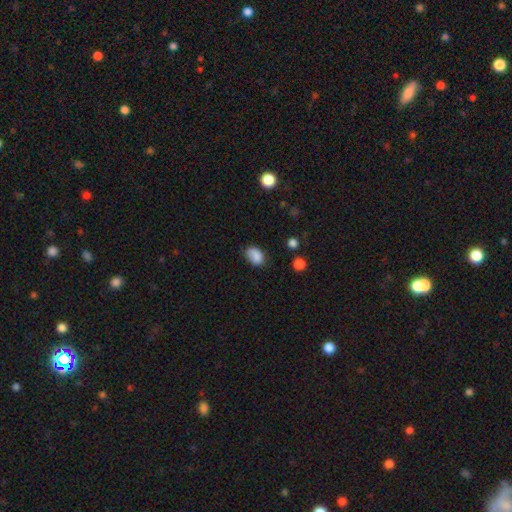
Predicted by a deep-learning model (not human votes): Smooth or featured?
  - smooth: 83% *
  - star or artifact: 9%
  - featured or disk: 8%
How rounded?
  - in between: 79% *
  - round: 20%
  - cigar-shaped: 1%
Merging?
  - none: 59% *
  - minor disturbance: 29%
  - major disturbance: 9%
  - merger: 3%